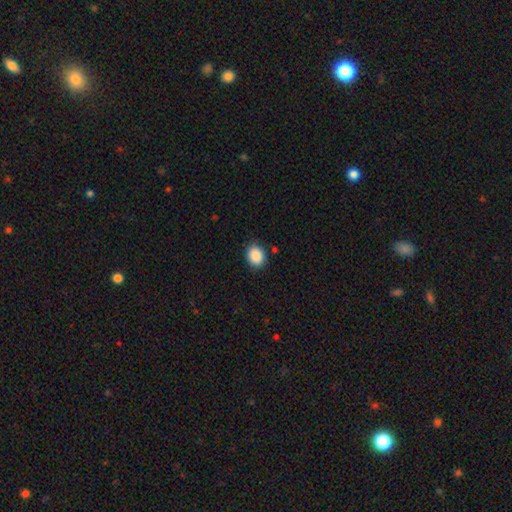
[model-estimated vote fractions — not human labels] A smooth galaxy with no disk features (89%) that is round (50%).

Vote fractions:
- Smooth or featured? smooth: 89% / star or artifact: 8% / featured or disk: 3%
- How rounded? round: 50% / in between: 49% / cigar-shaped: 1%
- Merging? none: 87% / minor disturbance: 10% / major disturbance: 2% / merger: 1%